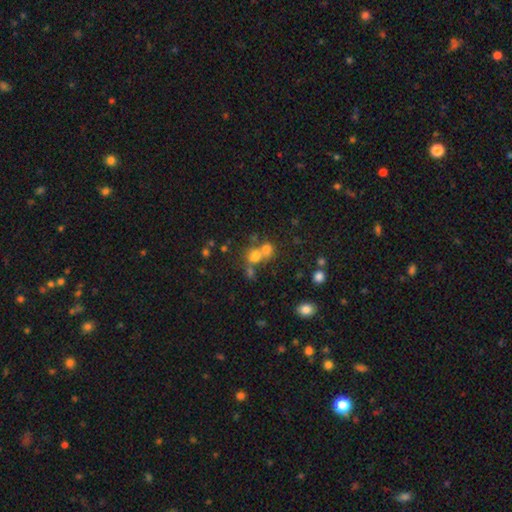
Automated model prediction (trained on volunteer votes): A smooth galaxy with no disk features (66%) that is round (70%). Merging: merger (52%).